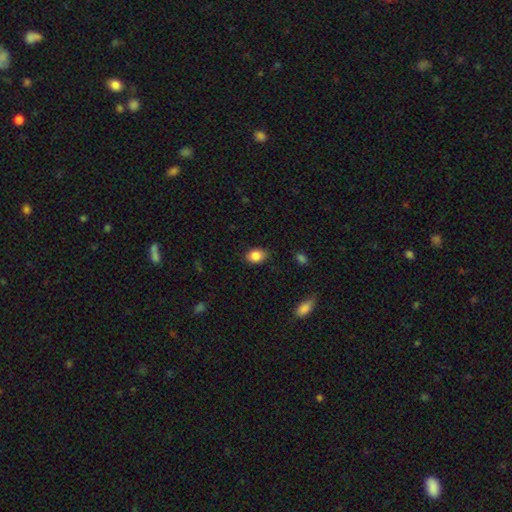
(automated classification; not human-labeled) smooth_or_featured: smooth (p=0.86) [alt: star or artifact p=0.08]
how_rounded: in between (p=0.72) [alt: round p=0.27]
merging: none (p=0.82) [alt: minor disturbance p=0.14]